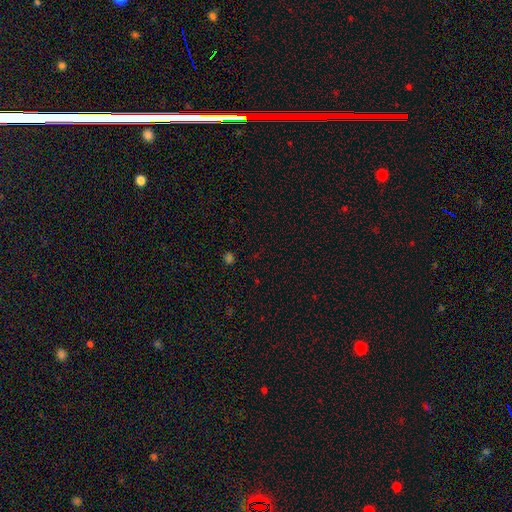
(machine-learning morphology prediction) Q: Smooth or featured?
A: star or artifact (53%); runner-up: smooth (41%)